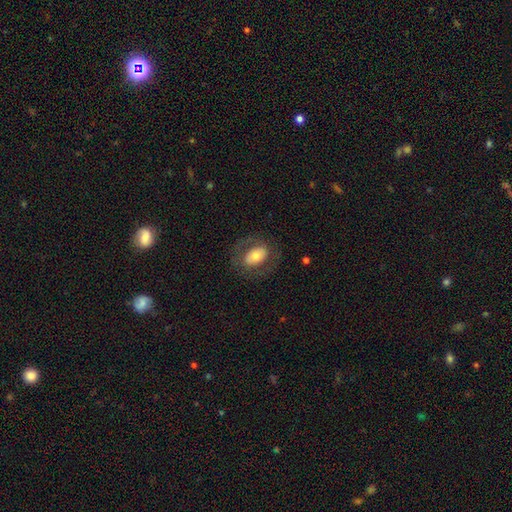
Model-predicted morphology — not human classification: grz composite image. It shows a smooth galaxy with no disk features (56%) that is in between round and cigar-shaped (81%). Merging: none (72%).